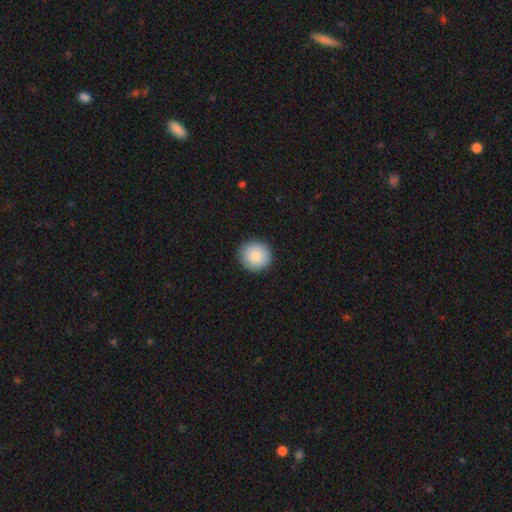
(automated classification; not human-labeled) Q: Smooth or featured?
A: smooth (86%); runner-up: star or artifact (8%)
Q: How rounded?
A: round (94%); runner-up: in between (5%)
Q: Merging?
A: none (91%); runner-up: minor disturbance (6%)